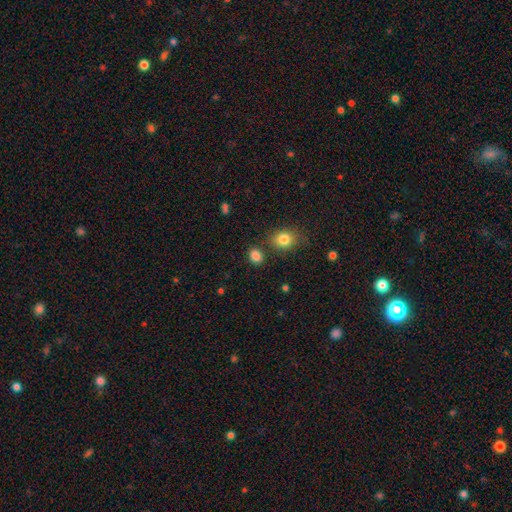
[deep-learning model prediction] Q: Smooth or featured?
A: smooth (85%); runner-up: star or artifact (11%)
Q: How rounded?
A: in between (50%); runner-up: round (48%)
Q: Merging?
A: none (79%); runner-up: minor disturbance (10%)